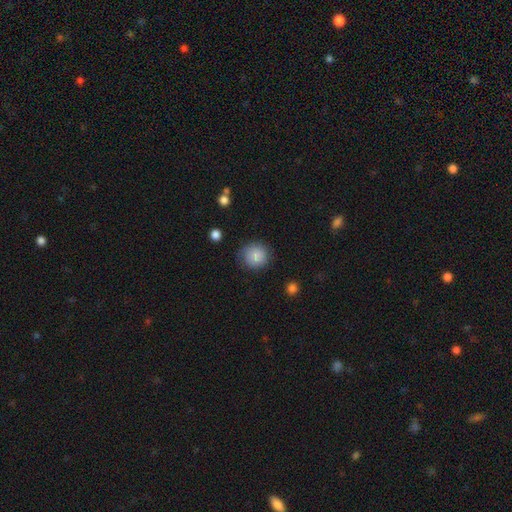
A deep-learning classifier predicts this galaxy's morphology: smooth 85%, star or artifact 8%, featured or disk 7%. Down the decision tree: how rounded — round (90%); merging — none (80%).